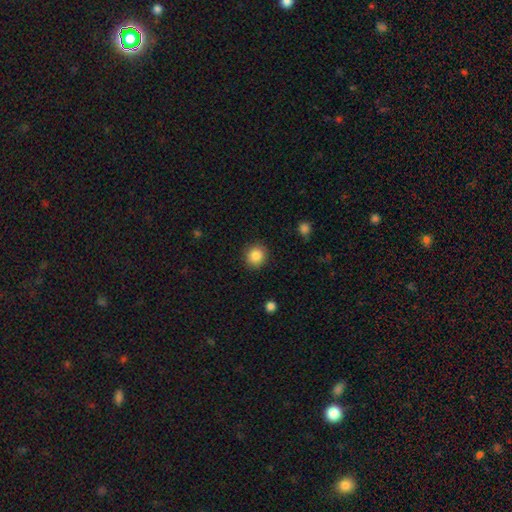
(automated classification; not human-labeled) Overall: smooth (86%). How rounded: round (91%). Merging: none (90%).